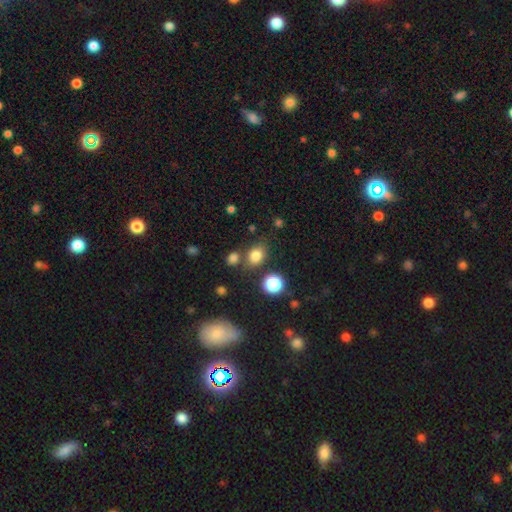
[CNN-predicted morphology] smooth 80%, star or artifact 14%, featured or disk 6%. Down the decision tree: how rounded — in between (56%); merging — none (71%).